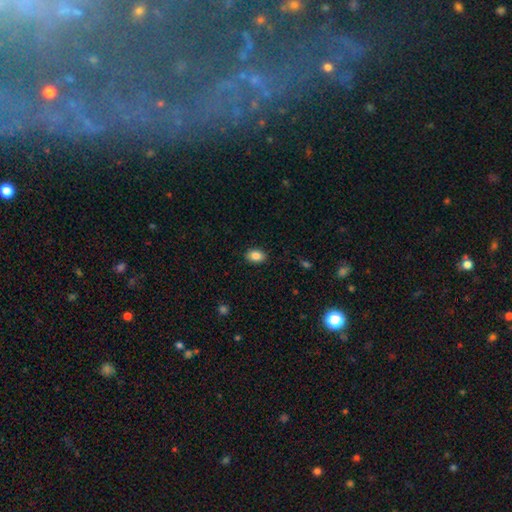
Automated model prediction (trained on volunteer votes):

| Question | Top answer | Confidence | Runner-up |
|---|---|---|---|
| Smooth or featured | smooth | 86% | star or artifact (8%) |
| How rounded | in between | 80% | round (19%) |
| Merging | none | 88% | minor disturbance (9%) |